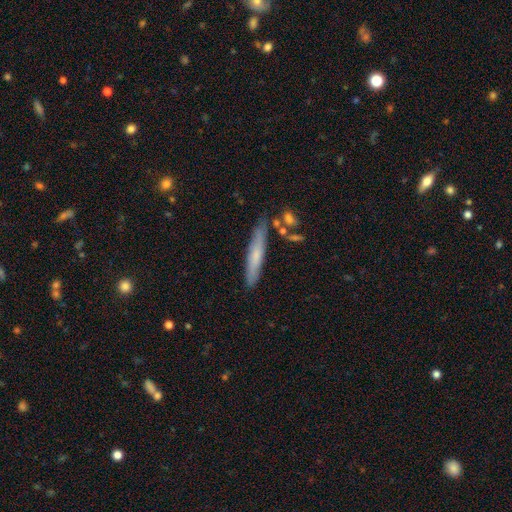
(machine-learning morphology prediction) Smooth or featured? smooth (61%)
How rounded? cigar-shaped (91%)
Merging? none (80%)